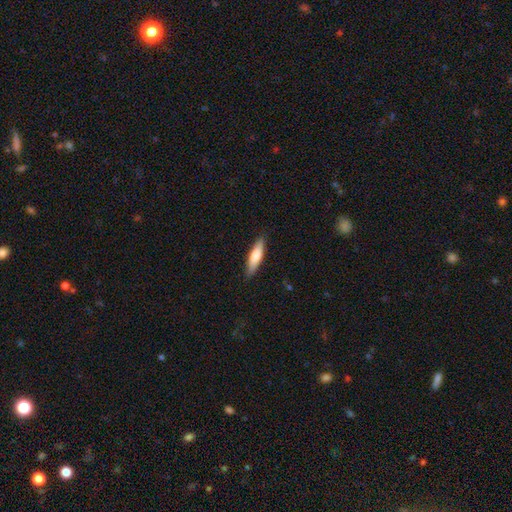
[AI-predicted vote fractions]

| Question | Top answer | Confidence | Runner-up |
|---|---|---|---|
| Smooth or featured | smooth | 71% | featured or disk (24%) |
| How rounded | cigar-shaped | 65% | in between (34%) |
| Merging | none | 87% | minor disturbance (10%) |